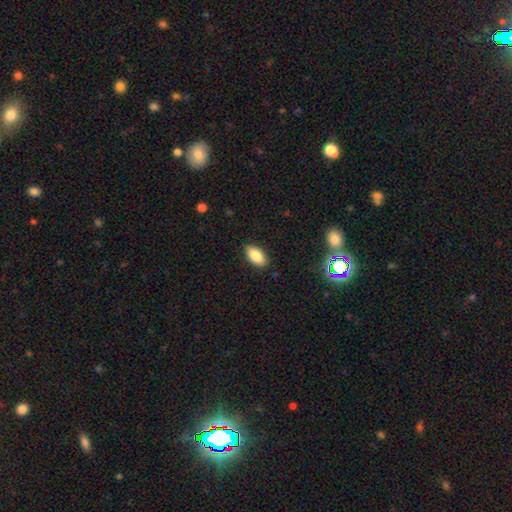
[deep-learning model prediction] Smooth or featured: smooth — 84% (star or artifact — 8%)
How rounded: in between — 92% (round — 4%)
Merging: none — 88% (minor disturbance — 9%)